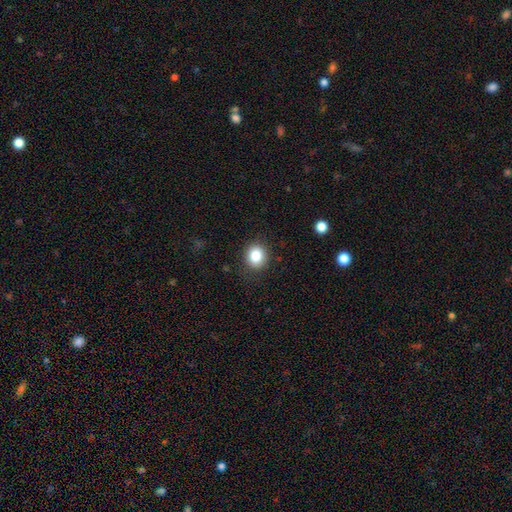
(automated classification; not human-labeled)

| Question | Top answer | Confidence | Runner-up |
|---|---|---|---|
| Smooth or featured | smooth | 84% | star or artifact (10%) |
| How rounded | round | 75% | in between (24%) |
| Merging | none | 87% | minor disturbance (9%) |